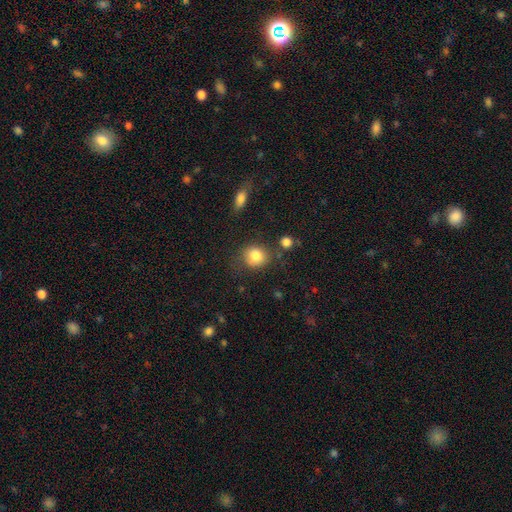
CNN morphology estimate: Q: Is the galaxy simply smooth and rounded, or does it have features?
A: smooth — 82%.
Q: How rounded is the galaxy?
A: round — 72%.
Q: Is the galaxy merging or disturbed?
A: none — 69%.